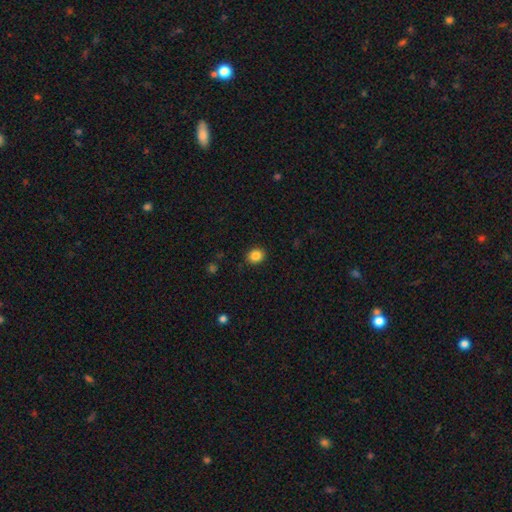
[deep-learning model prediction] A smooth galaxy with no disk features (85%) that is round (64%).

Vote fractions:
- Smooth or featured? smooth: 85% / star or artifact: 10% / featured or disk: 5%
- How rounded? round: 64% / in between: 35% / cigar-shaped: 1%
- Merging? none: 89% / minor disturbance: 8% / major disturbance: 2% / merger: 1%